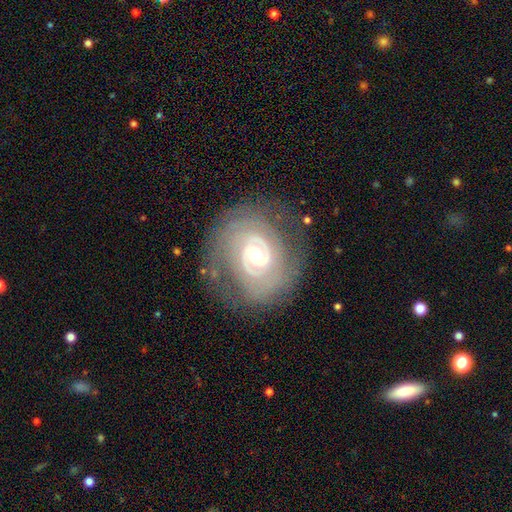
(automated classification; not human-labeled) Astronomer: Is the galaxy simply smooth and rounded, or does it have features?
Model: featured or disk — 81%.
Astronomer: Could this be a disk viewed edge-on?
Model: no — 97%.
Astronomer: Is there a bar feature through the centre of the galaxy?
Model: no — 42% (runner-up: weak, 41%).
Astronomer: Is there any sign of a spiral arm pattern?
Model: yes — 88%.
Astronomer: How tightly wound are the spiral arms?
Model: tight — 72%.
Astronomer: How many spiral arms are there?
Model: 2 — 41% (runner-up: can't tell, 33%).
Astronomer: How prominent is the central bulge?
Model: moderate — 61%.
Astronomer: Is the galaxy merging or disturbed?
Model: none — 78%.